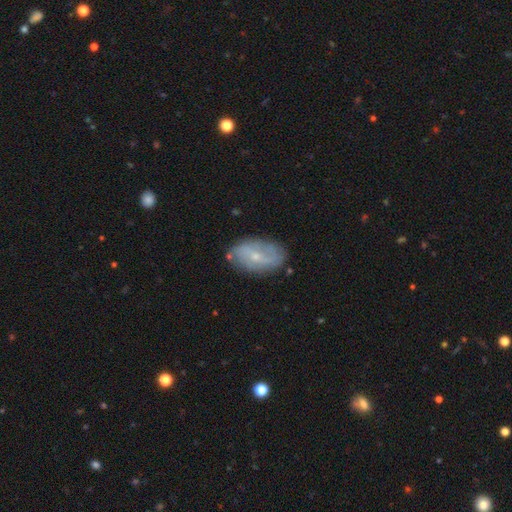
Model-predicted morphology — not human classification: featured or disk 59%, smooth 33%, star or artifact 8%. Down the decision tree: edge-on disk — no (93%); bar — weak (45%); spiral arms — yes (67%); bulge size — small (71%); merging — none (75%).